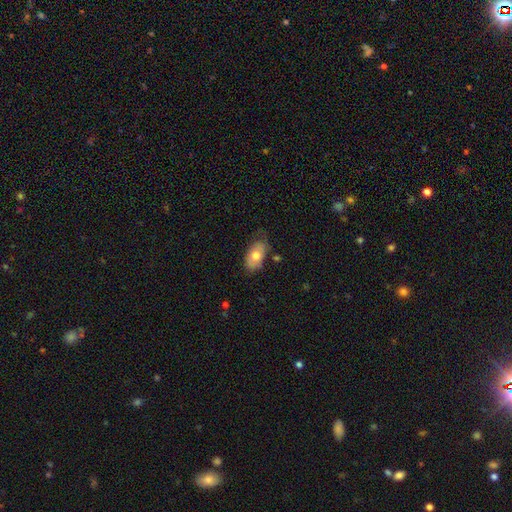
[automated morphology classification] The model was most divided on "merging": none: 60%, minor disturbance: 29%, major disturbance: 8%, merger: 3%. More confident: how rounded — in between (92%); smooth or featured — smooth (71%).